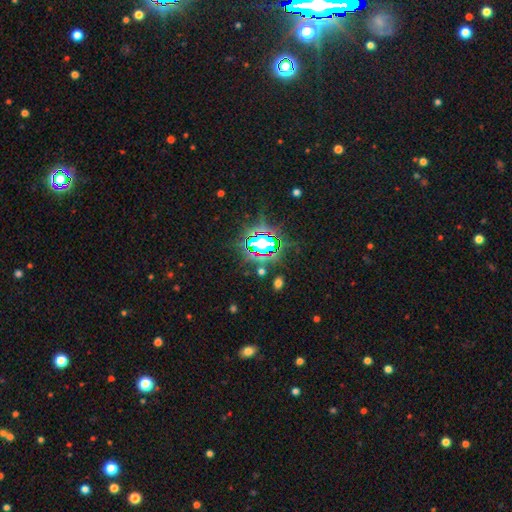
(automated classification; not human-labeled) Q: Smooth or featured?
A: star or artifact (84%); runner-up: smooth (9%)